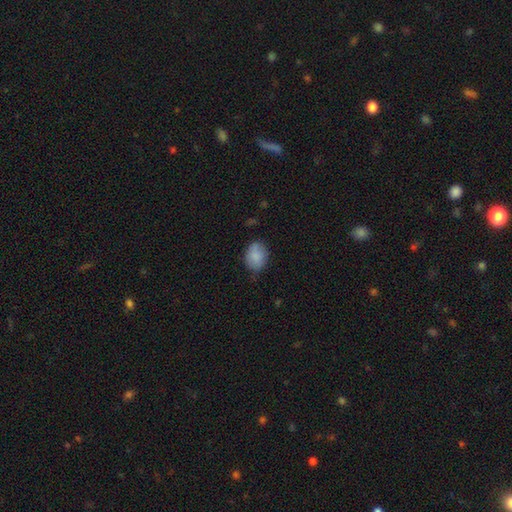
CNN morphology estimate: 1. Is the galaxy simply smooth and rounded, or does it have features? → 85% smooth, 7% star or artifact, 7% featured or disk.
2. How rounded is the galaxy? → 67% in between, 32% round, 1% cigar-shaped.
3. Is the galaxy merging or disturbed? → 70% none, 24% minor disturbance, 5% major disturbance, 2% merger.